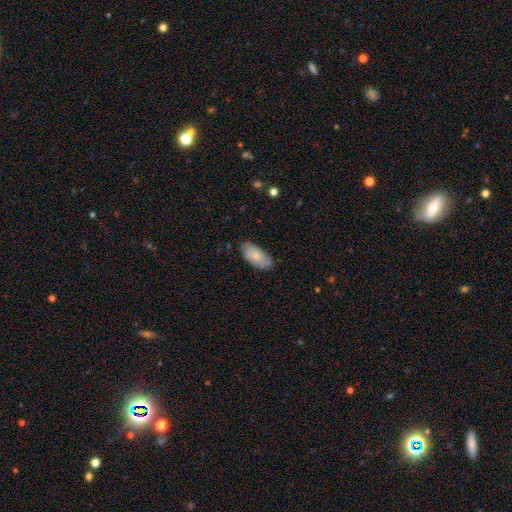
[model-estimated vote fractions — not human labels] Q: Smooth or featured?
A: smooth (71%); runner-up: featured or disk (23%)
Q: How rounded?
A: in between (93%); runner-up: cigar-shaped (5%)
Q: Merging?
A: none (79%); runner-up: minor disturbance (17%)